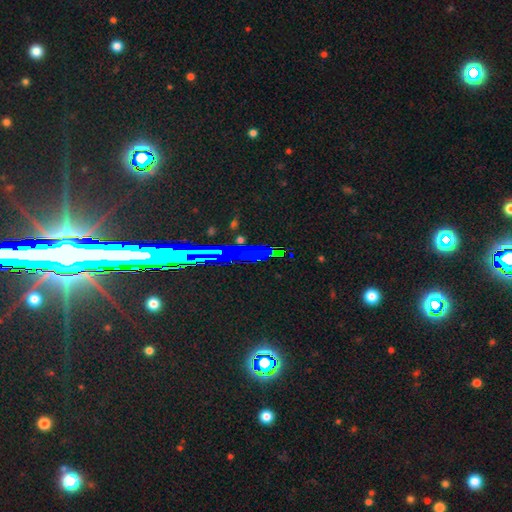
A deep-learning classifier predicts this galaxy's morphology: smooth_or_featured: star or artifact (p=0.71) [alt: smooth p=0.15]